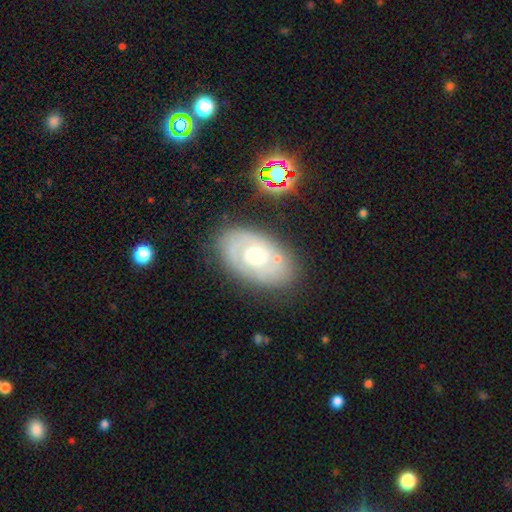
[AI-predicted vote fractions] Morphology: type=featured or disk (74%); edge-on=no (95%); bar=no (64%); spiral arms=yes (86%); winding=tight (60%); arm count=2 (53%); bulge=moderate (62%); merging=none (75%).